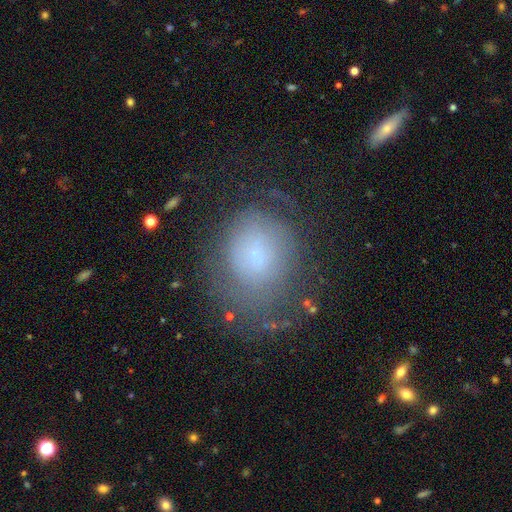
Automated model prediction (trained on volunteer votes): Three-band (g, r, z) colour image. It shows a smooth galaxy with no disk features (53%) that is round (59%). Merging: none (55%).